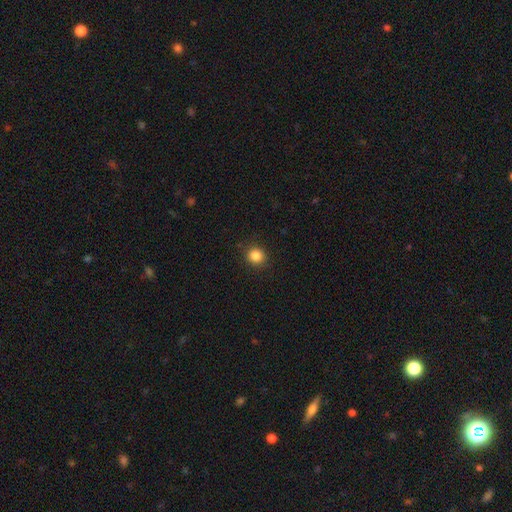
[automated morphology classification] smooth_or_featured: smooth (p=0.85) [alt: star or artifact p=0.11]
how_rounded: round (p=0.87) [alt: in between p=0.12]
merging: none (p=0.90) [alt: minor disturbance p=0.07]